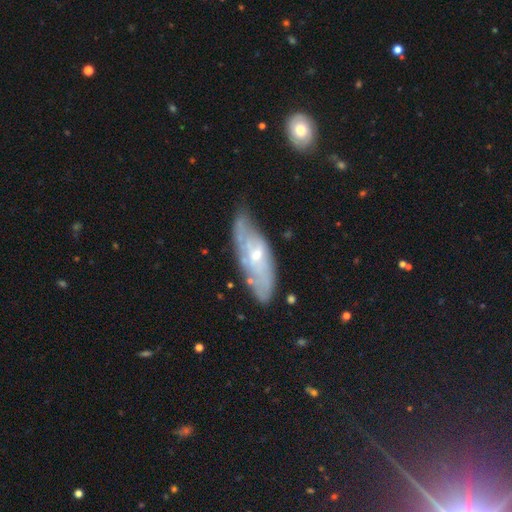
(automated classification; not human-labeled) This appears to be a featured or disk galaxy (66%) with no bar (59%), spiral arms (67%) and a small central bulge (55%). Merging: none (60%).